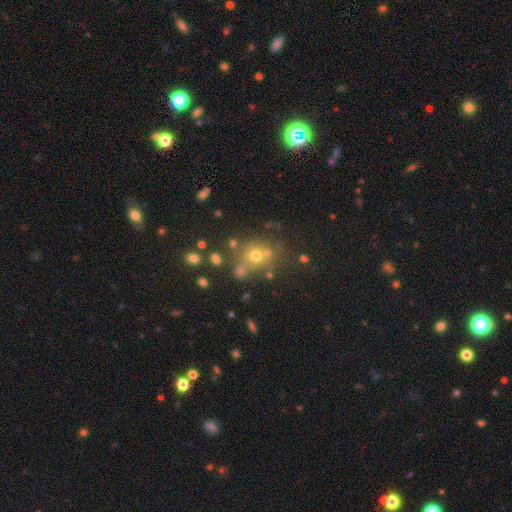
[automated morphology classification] A smooth galaxy with no disk features (58%) that is round (80%). Merging: none (58%).